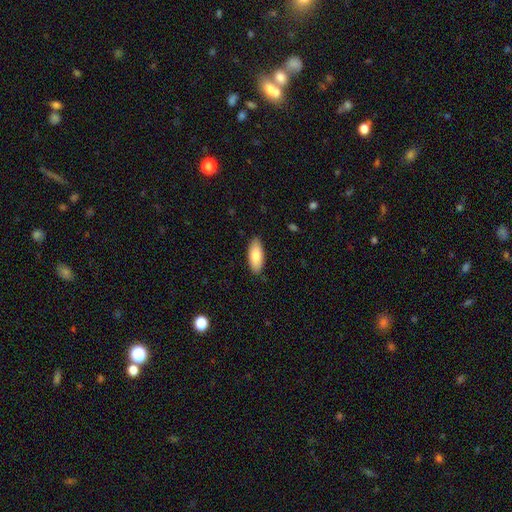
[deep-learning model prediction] This is clearly a smooth galaxy (83%). How rounded: clearly in between (84%). Merging: clearly none (87%).